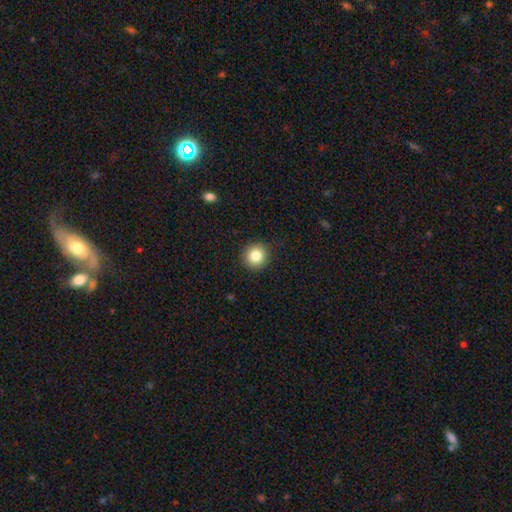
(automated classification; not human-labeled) Smooth or featured? Predicted: smooth (p=0.83). How rounded? Predicted: round (p=0.93). Merging? Predicted: none (p=0.90).